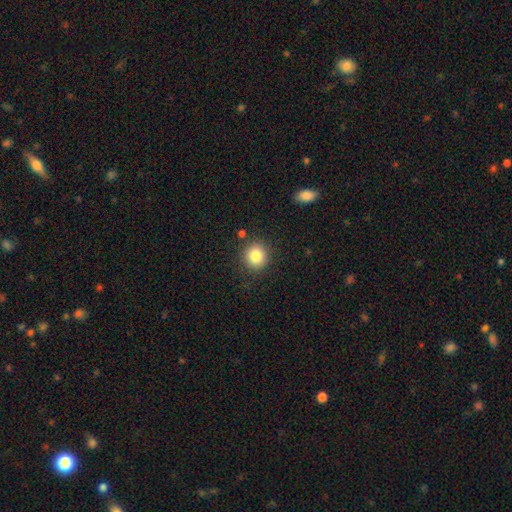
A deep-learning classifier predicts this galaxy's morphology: smooth 83%, star or artifact 10%, featured or disk 6%. Down the decision tree: how rounded — round (89%); merging — none (87%).